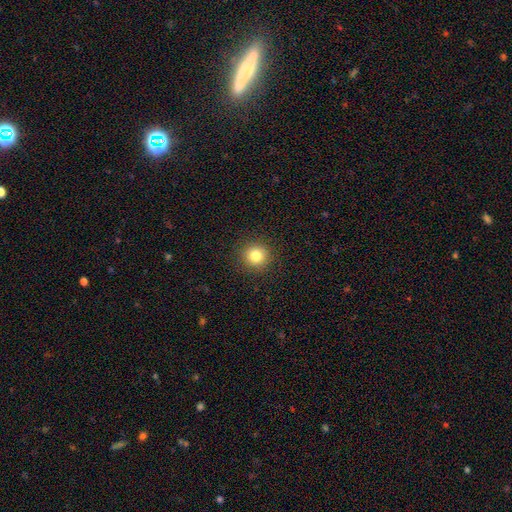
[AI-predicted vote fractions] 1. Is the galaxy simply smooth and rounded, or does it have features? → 82% smooth, 11% star or artifact, 6% featured or disk.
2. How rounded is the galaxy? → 93% round, 6% in between, 1% cigar-shaped.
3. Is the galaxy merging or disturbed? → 92% none, 5% minor disturbance, 2% major disturbance, 1% merger.